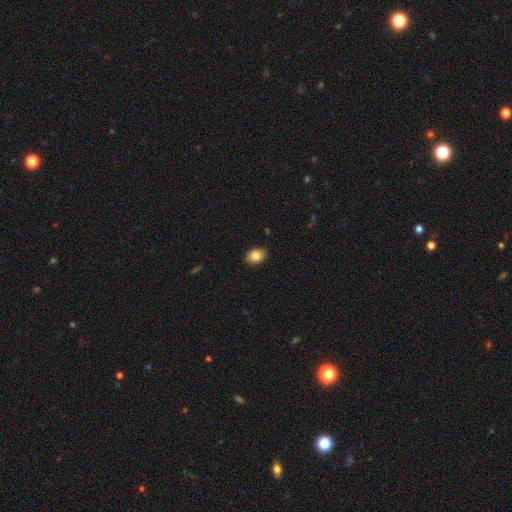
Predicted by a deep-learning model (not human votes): smooth_or_featured: smooth (p=0.85) [alt: star or artifact p=0.08]
how_rounded: in between (p=0.74) [alt: round p=0.25]
merging: none (p=0.88) [alt: minor disturbance p=0.09]